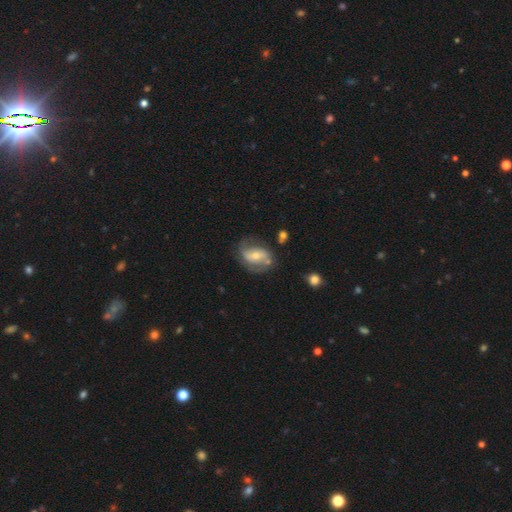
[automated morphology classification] A featured or disk galaxy (69%) with a weak bar (38%), 2 (81%) medium (42%) spiral arms (85%) and a moderate central bulge (47%).

Vote fractions:
- Smooth or featured? featured or disk: 69% / smooth: 24% / star or artifact: 7%
- Edge-on disk? no: 96% / yes: 4%
- Bar? weak: 38% / no: 34% / strong: 28%
- Spiral arms? yes: 85% / no: 15%
- Spiral winding? medium: 42% / loose: 40% / tight: 18%
- Spiral arm count? 2: 81% / can't tell: 10% / 1: 5% / 3: 2% / 4: 1% / more than 4: 1%
- Bulge size? moderate: 47% / small: 46% / large: 4% / none: 3% / dominant: 1%
- Merging? none: 60% / minor disturbance: 22% / major disturbance: 13% / merger: 5%